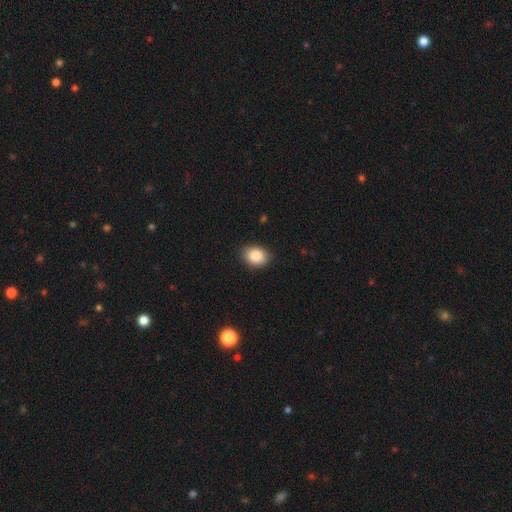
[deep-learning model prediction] smooth 86%, star or artifact 8%, featured or disk 6%. Down the decision tree: how rounded — in between (65%); merging — none (84%).